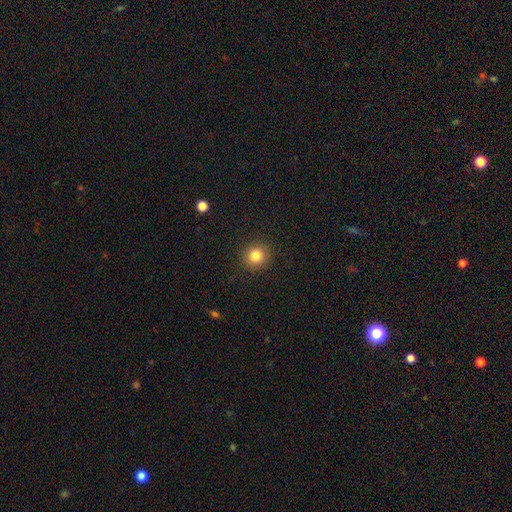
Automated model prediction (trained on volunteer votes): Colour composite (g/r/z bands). It shows a smooth galaxy with no disk features (82%) that is round (92%). Merging: none (91%).